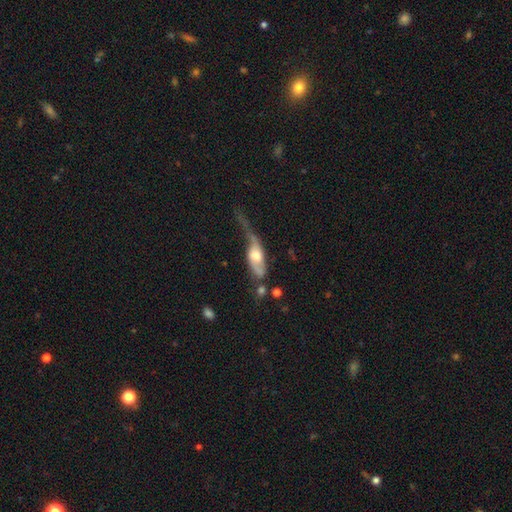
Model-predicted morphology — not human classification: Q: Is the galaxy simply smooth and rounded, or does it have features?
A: featured or disk — 53%.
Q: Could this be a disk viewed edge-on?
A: no — 74%.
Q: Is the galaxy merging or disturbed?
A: major disturbance — 51%.